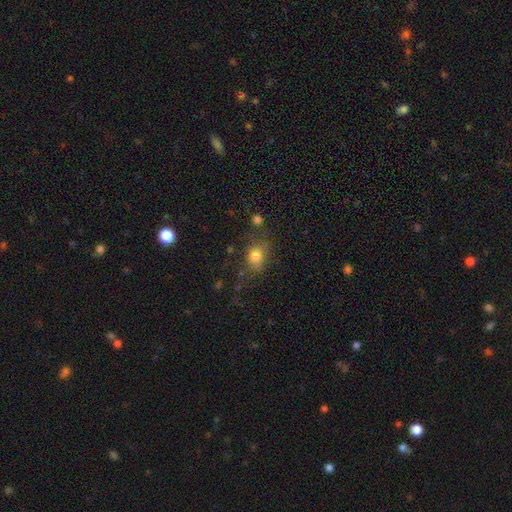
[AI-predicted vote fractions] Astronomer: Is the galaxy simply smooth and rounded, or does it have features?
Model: smooth — 79%.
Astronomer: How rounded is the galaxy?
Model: in between — 52% (runner-up: round, 46%).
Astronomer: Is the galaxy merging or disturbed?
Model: none — 61%.